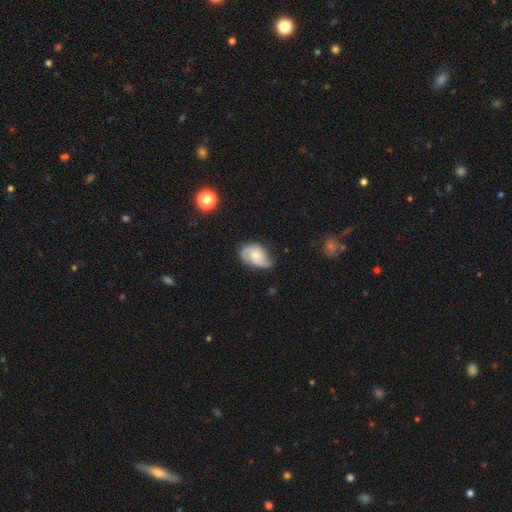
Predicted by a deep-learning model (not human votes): The model was most divided on "merging": none: 47%, minor disturbance: 39%, major disturbance: 13%, merger: 2%. More confident: edge-on disk — no (96%); spiral arms — yes (84%); bar — no (75%); bulge size — small (52%); smooth or featured — featured or disk (52%).